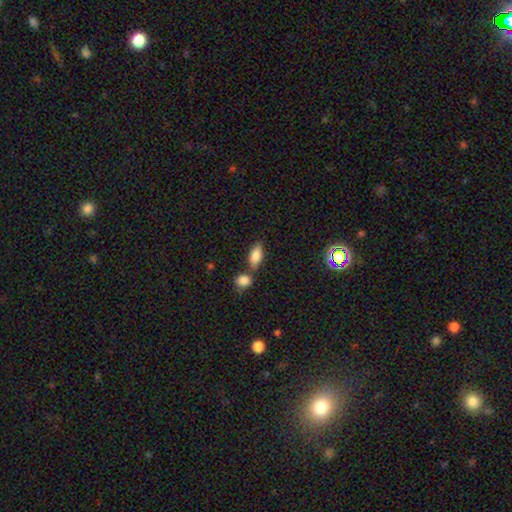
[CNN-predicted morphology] Q: Smooth or featured?
A: smooth (82%); runner-up: featured or disk (10%)
Q: How rounded?
A: in between (87%); runner-up: cigar-shaped (9%)
Q: Merging?
A: none (59%); runner-up: merger (25%)